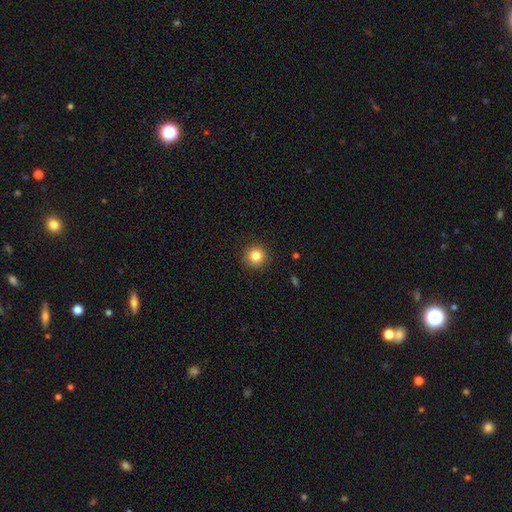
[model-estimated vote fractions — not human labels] Morphology: type=smooth (84%); roundness=round (94%); merging=none (91%).